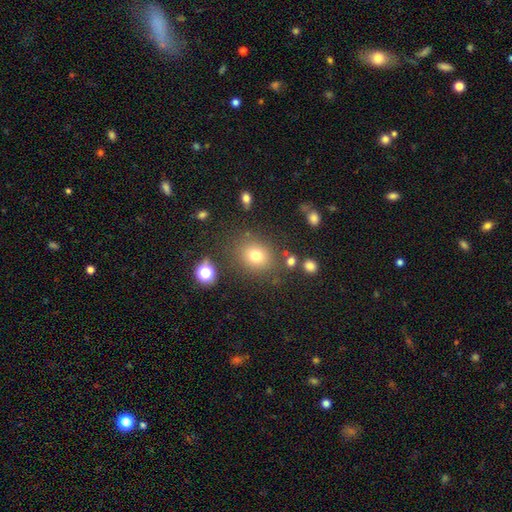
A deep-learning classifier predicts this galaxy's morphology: Smooth or featured: smooth — 74% (star or artifact — 16%)
How rounded: round — 71% (in between — 28%)
Merging: none — 80% (minor disturbance — 11%)